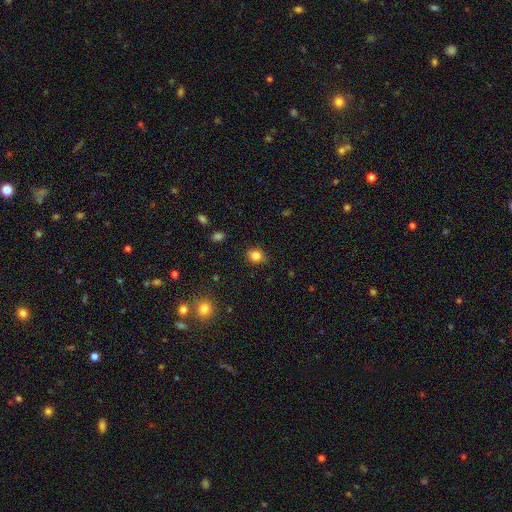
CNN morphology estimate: Q: Smooth or featured?
A: smooth (82%); runner-up: star or artifact (12%)
Q: How rounded?
A: round (69%); runner-up: in between (30%)
Q: Merging?
A: none (86%); runner-up: minor disturbance (11%)